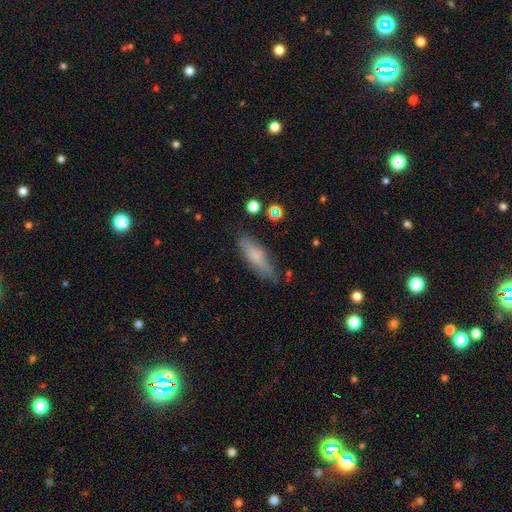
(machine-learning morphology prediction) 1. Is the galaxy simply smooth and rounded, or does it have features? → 70% smooth, 22% featured or disk, 8% star or artifact.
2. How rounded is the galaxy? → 53% cigar-shaped, 45% in between, 2% round.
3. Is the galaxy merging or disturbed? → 74% none, 18% minor disturbance, 5% major disturbance, 3% merger.